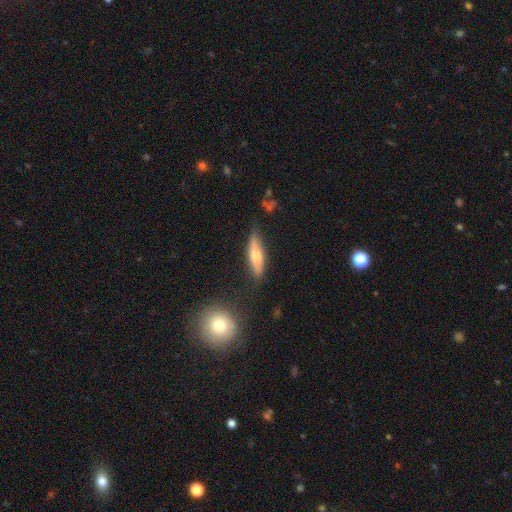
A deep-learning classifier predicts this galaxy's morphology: A smooth galaxy with no disk features (65%) that is cigar-shaped (65%).

Vote fractions:
- Smooth or featured? smooth: 65% / featured or disk: 28% / star or artifact: 7%
- How rounded? cigar-shaped: 65% / in between: 33% / round: 2%
- Merging? none: 75% / minor disturbance: 18% / major disturbance: 4% / merger: 3%